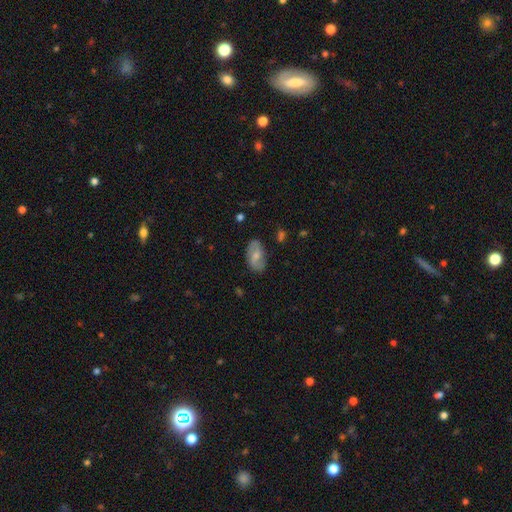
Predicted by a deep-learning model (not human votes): Smooth or featured?
  - featured or disk: 48% *
  - smooth: 46%
  - star or artifact: 7%
Merging?
  - none: 80% *
  - minor disturbance: 15%
  - major disturbance: 4%
  - merger: 1%